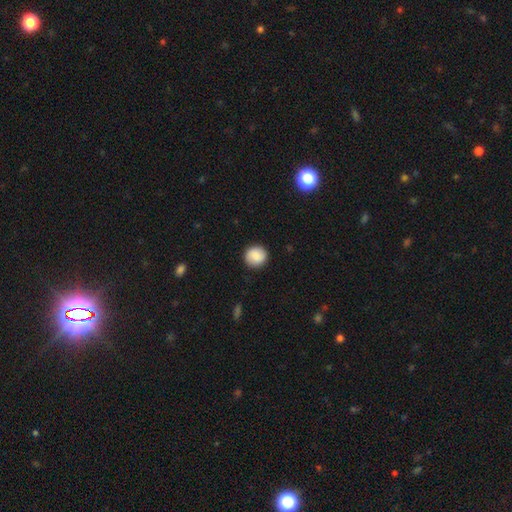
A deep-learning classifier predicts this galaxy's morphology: The model was most divided on "how rounded": round: 89%, in between: 10%, cigar-shaped: 1%. More confident: merging — none (90%); smooth or featured — smooth (87%).